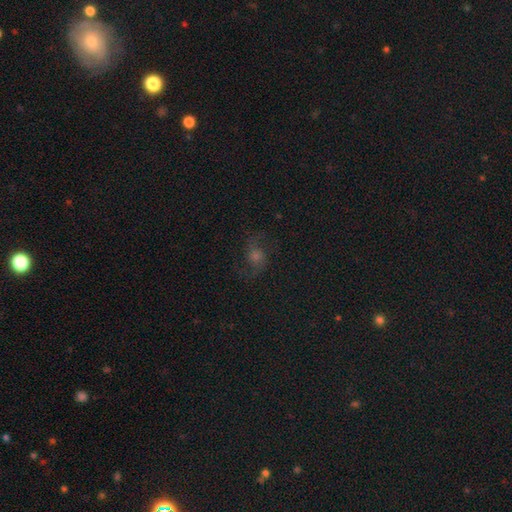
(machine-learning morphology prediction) type=featured or disk (54%); edge-on=no (96%); bar=no (66%); spiral arms=yes (91%); bulge=moderate (40%); merging=none (71%).